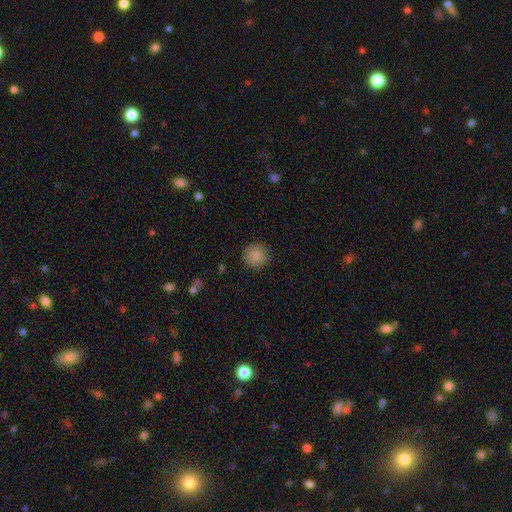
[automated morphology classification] Overall: smooth (87%). How rounded: round (91%). Merging: none (89%).